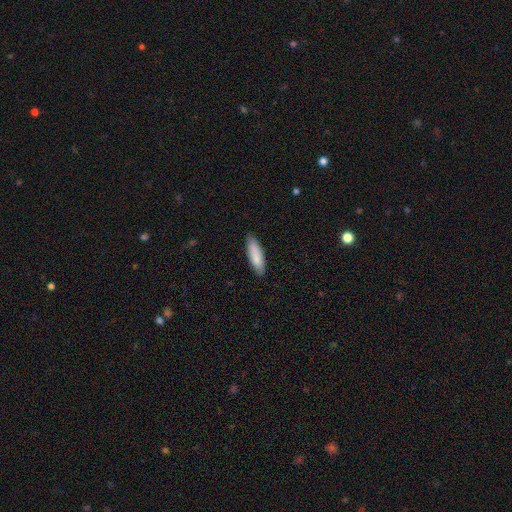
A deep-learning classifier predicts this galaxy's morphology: type=smooth (86%); roundness=cigar-shaped (57%); merging=none (86%).